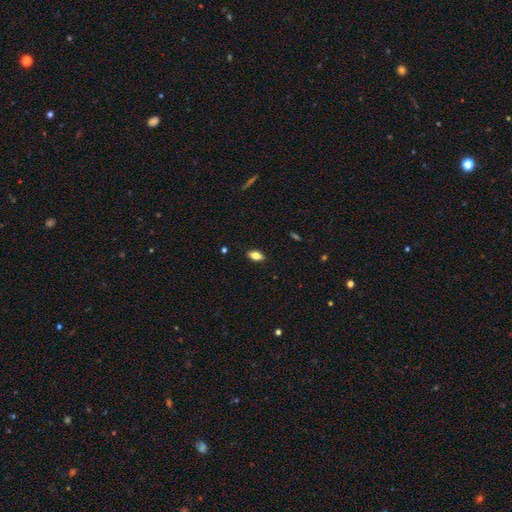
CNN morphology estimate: Smooth or featured?
  - smooth: 76% *
  - featured or disk: 15%
  - star or artifact: 9%
How rounded?
  - in between: 87% *
  - cigar-shaped: 9%
  - round: 5%
Merging?
  - none: 88% *
  - minor disturbance: 9%
  - major disturbance: 2%
  - merger: 1%